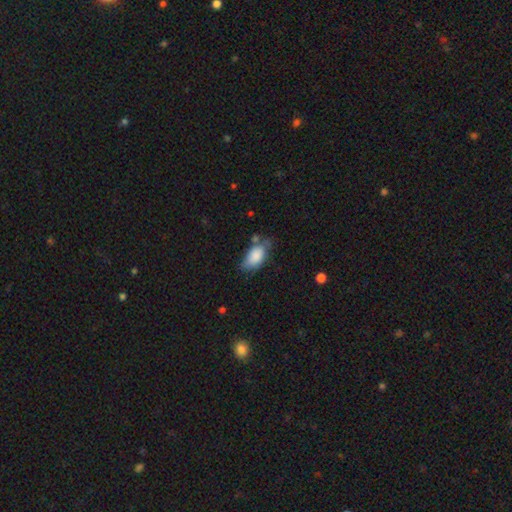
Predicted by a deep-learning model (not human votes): smooth_or_featured: smooth (p=0.83) [alt: featured or disk p=0.10]
how_rounded: in between (p=0.92) [alt: round p=0.05]
merging: none (p=0.47) [alt: minor disturbance p=0.33]